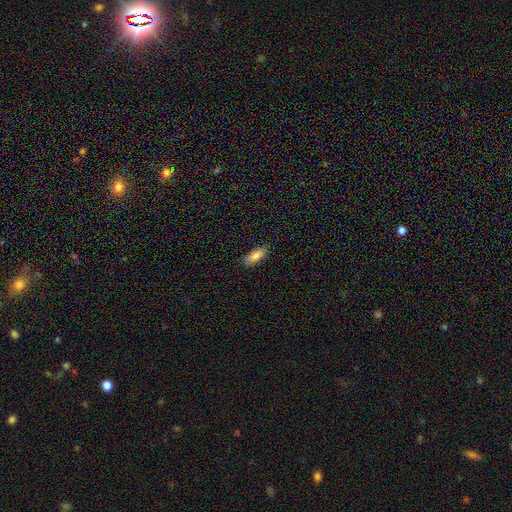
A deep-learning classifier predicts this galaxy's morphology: The model was most divided on "how rounded": in between: 76%, cigar-shaped: 22%, round: 2%. More confident: merging — none (88%); smooth or featured — smooth (81%).